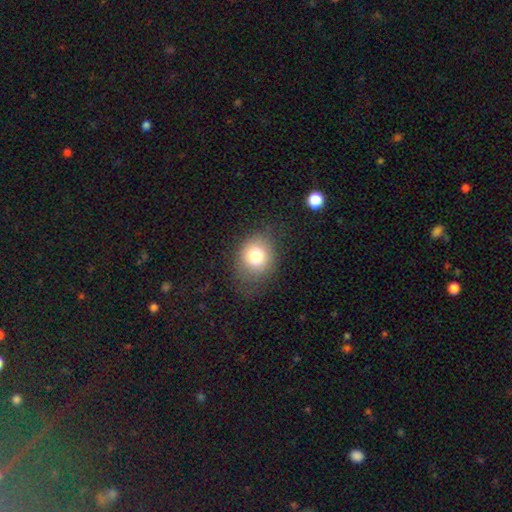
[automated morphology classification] Overall: smooth (78%). How rounded: round (59%; in between 40%). Merging: none (69%).